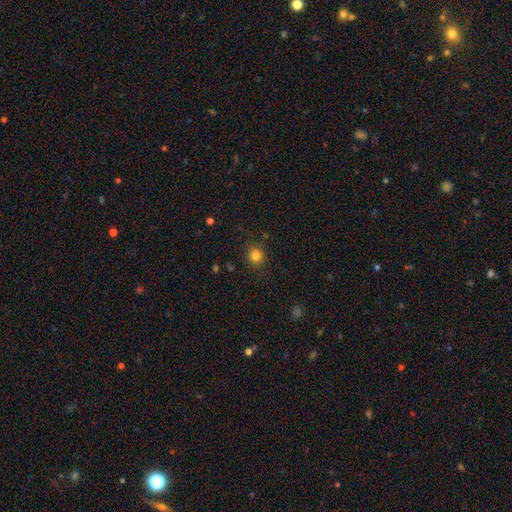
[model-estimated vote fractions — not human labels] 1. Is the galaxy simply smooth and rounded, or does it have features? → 82% smooth, 13% star or artifact, 5% featured or disk.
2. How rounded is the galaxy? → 86% round, 13% in between, 1% cigar-shaped.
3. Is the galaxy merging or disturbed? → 87% none, 9% minor disturbance, 3% major disturbance, 1% merger.